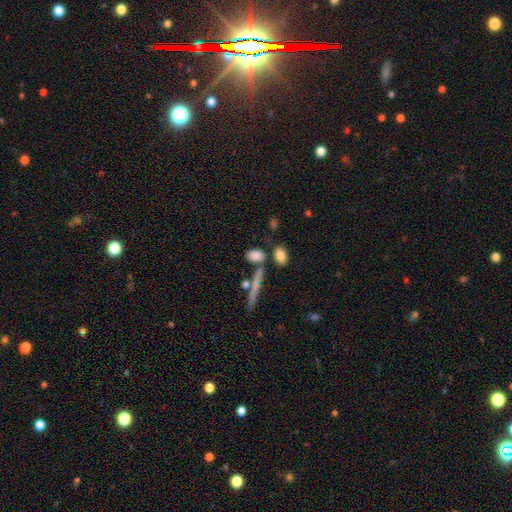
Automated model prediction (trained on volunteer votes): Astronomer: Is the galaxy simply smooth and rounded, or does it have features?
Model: smooth — 81%.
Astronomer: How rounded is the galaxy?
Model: in between — 79%.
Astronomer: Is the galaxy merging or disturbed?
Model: none — 63%.